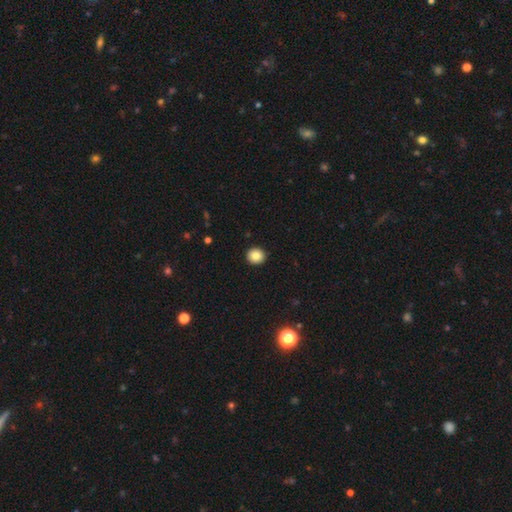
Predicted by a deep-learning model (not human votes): Smooth or featured?
  - smooth: 84% *
  - star or artifact: 9%
  - featured or disk: 7%
How rounded?
  - round: 90% *
  - in between: 9%
  - cigar-shaped: 1%
Merging?
  - none: 93% *
  - minor disturbance: 5%
  - major disturbance: 1%
  - merger: 1%